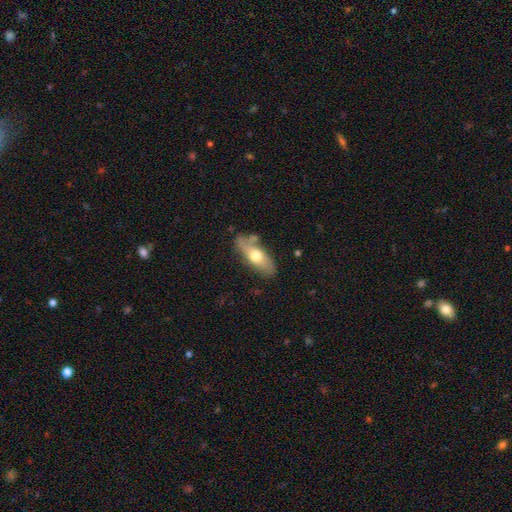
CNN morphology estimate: Q: Smooth or featured?
A: smooth (54%); runner-up: featured or disk (40%)
Q: How rounded?
A: in between (69%); runner-up: cigar-shaped (27%)
Q: Merging?
A: none (66%); runner-up: minor disturbance (21%)